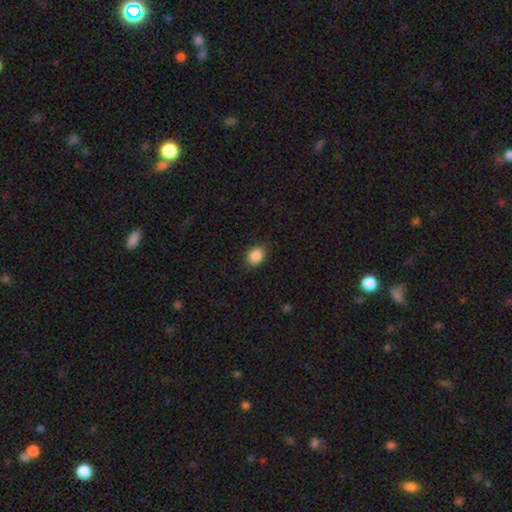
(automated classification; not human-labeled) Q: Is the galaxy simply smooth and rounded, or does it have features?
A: smooth — 87%.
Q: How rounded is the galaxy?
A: in between — 64%.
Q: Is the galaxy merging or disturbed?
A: none — 84%.